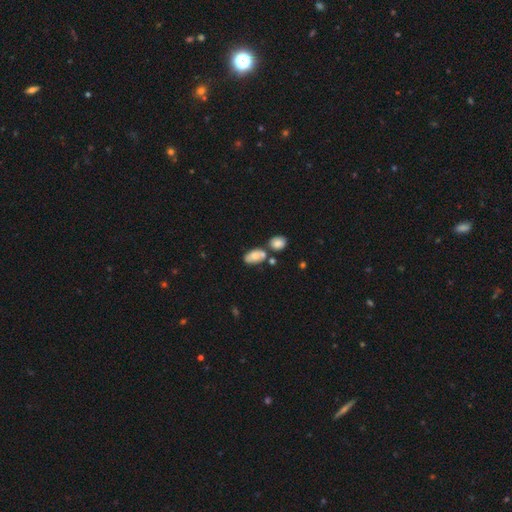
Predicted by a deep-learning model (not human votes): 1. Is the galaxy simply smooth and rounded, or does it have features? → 71% smooth, 20% featured or disk, 9% star or artifact.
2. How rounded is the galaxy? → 89% in between, 9% round, 2% cigar-shaped.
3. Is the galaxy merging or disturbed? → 45% none, 32% merger, 17% minor disturbance, 6% major disturbance.